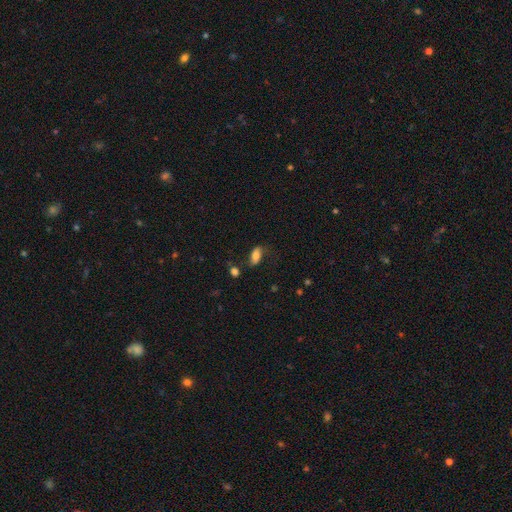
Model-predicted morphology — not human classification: A smooth galaxy with no disk features (69%) that is in between round and cigar-shaped (85%). Merging: none (58%).